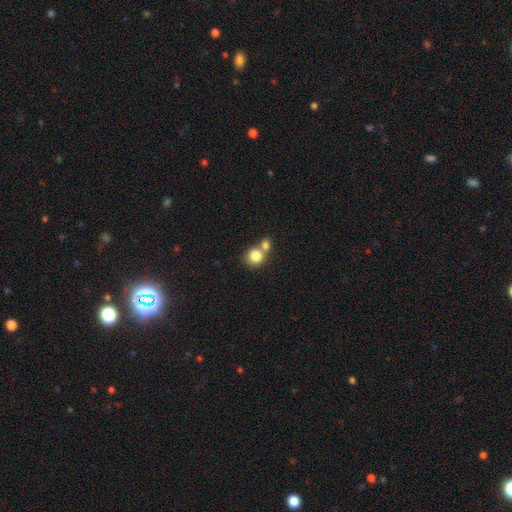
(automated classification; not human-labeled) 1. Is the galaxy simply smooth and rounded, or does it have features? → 82% smooth, 10% featured or disk, 9% star or artifact.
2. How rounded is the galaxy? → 80% round, 19% in between, 1% cigar-shaped.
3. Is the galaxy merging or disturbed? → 54% merger, 36% none, 7% minor disturbance, 3% major disturbance.